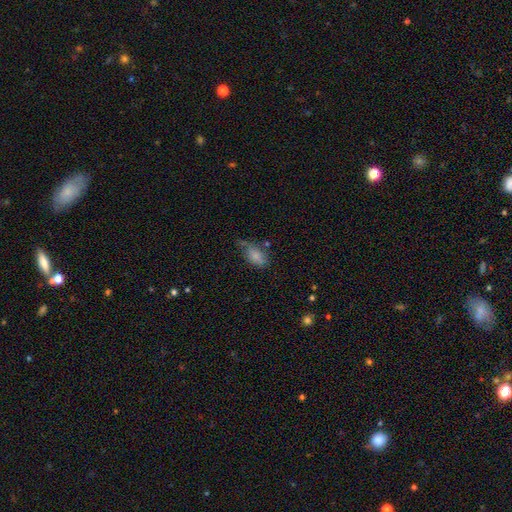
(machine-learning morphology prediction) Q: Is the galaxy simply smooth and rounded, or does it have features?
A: smooth — 75%.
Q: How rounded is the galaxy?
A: in between — 91%.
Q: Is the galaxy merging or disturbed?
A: none — 40%.